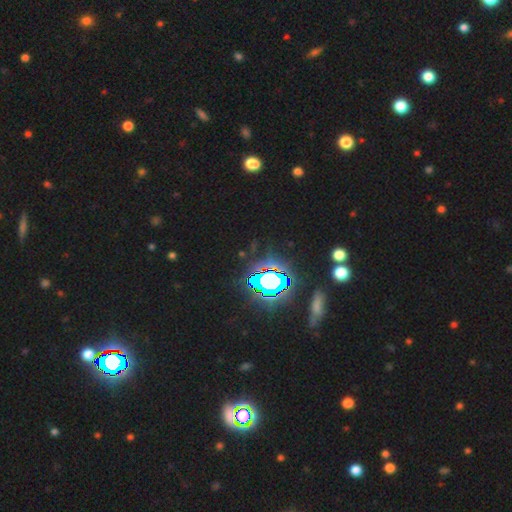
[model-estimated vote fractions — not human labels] star or artifact 80%, smooth 12%, featured or disk 8%.